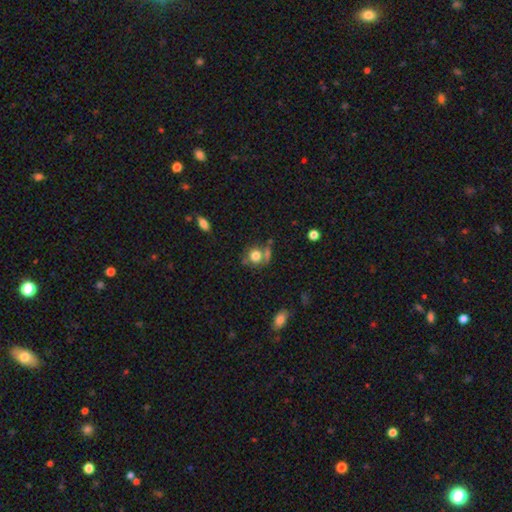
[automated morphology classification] The model was most divided on "merging": none: 56%, merger: 23%, minor disturbance: 14%, major disturbance: 6%. More confident: how rounded — round (83%); smooth or featured — smooth (76%).